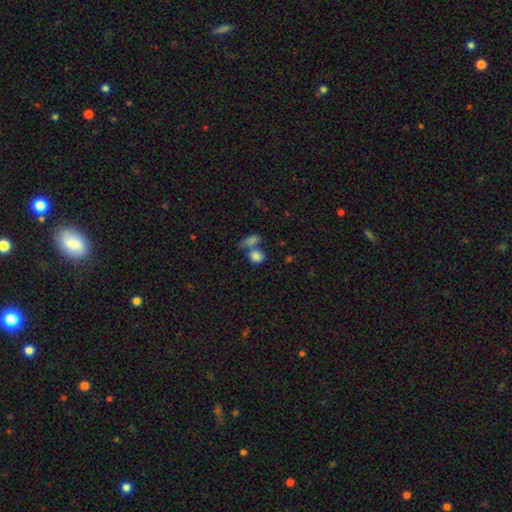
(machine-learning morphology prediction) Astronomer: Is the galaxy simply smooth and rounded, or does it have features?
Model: smooth — 83%.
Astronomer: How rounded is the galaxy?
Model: round — 51% (runner-up: in between, 46%).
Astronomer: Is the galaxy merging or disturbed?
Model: merger — 45% (runner-up: none, 40%).